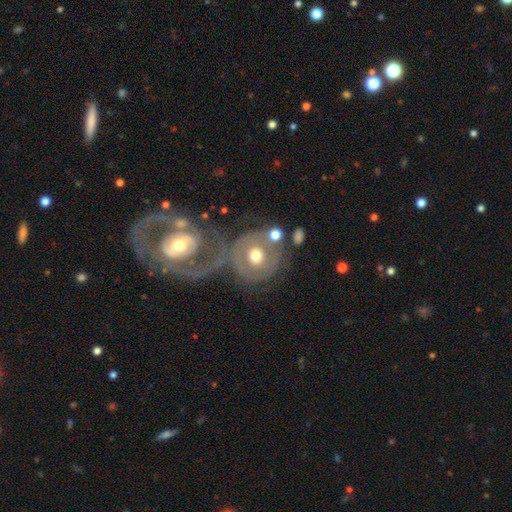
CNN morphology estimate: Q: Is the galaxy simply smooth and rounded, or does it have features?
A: featured or disk — 56%.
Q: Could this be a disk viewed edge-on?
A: no — 95%.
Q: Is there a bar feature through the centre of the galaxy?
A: no — 80%.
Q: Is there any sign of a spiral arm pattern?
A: no — 58%.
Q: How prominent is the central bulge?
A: moderate — 71%.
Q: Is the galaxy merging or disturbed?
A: none — 46%.